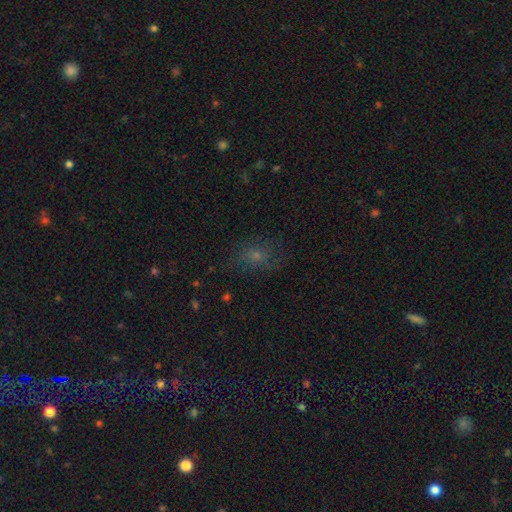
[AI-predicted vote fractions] A smooth galaxy with no disk features (49%).

Vote fractions:
- Smooth or featured? smooth: 49% / star or artifact: 28% / featured or disk: 23%
- Merging? none: 65% / minor disturbance: 20% / major disturbance: 13% / merger: 2%